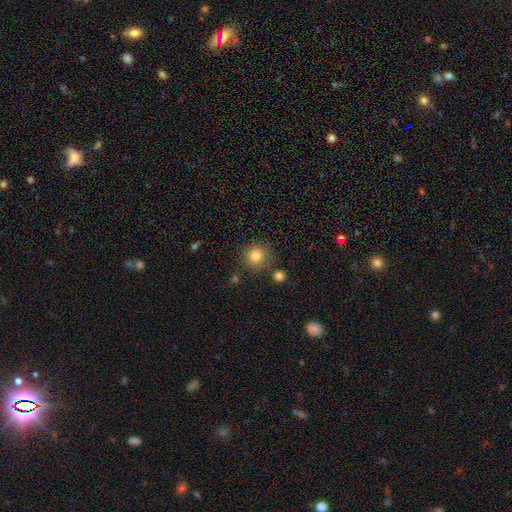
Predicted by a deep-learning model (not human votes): smooth 82%, star or artifact 11%, featured or disk 7%. Down the decision tree: how rounded — round (92%); merging — none (82%).